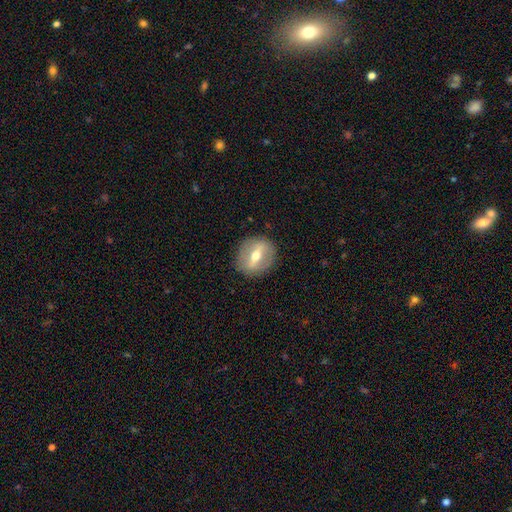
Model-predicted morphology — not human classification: This appears to be a featured or disk galaxy (63%). Merging: none (87%).